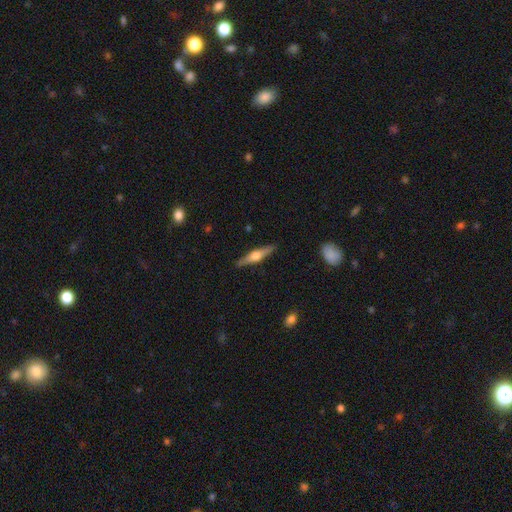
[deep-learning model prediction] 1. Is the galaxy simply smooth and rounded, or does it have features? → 65% featured or disk, 30% smooth, 5% star or artifact.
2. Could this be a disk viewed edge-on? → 97% yes, 3% no.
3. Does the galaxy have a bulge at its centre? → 90% rounded, 7% boxy, 3% none.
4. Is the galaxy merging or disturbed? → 90% none, 7% minor disturbance, 2% major disturbance, 1% merger.